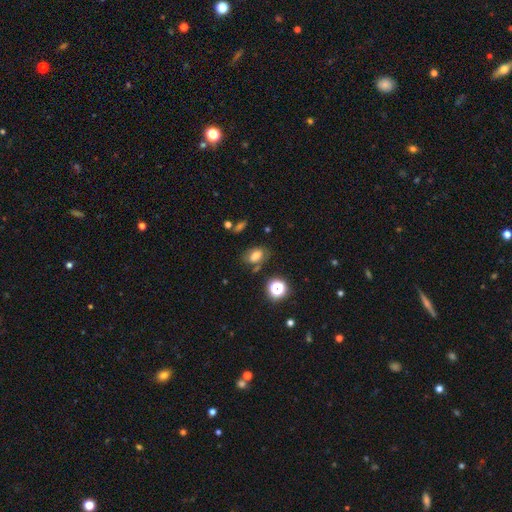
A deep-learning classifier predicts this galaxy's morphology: smooth-or-featured: smooth: 64% | star or artifact: 19% | featured or disk: 17%
  how-rounded: in between: 77% | round: 21% | cigar-shaped: 2%
  merging: none: 65% | minor disturbance: 20% | merger: 8% | major disturbance: 7%